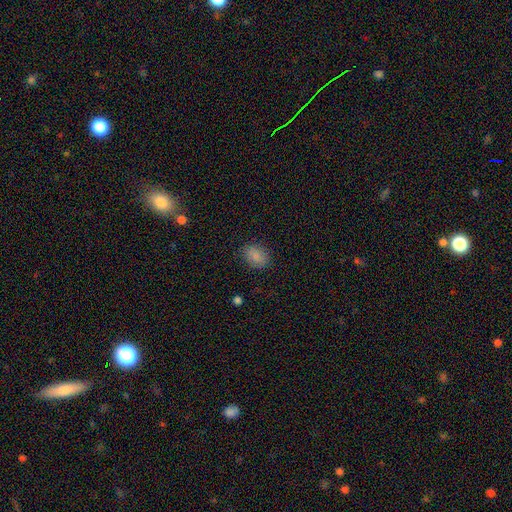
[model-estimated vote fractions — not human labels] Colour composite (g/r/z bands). It shows a smooth galaxy with no disk features (86%) that is in between round and cigar-shaped (73%). Merging: none (83%).